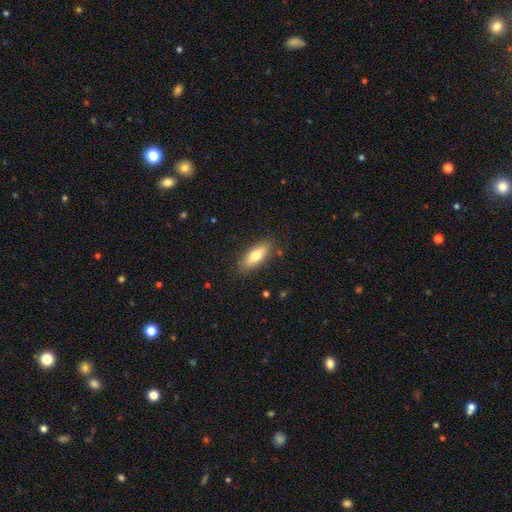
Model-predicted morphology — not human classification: smooth-or-featured: smooth: 74% | featured or disk: 19% | star or artifact: 7%
  how-rounded: in between: 69% | cigar-shaped: 28% | round: 2%
  merging: none: 85% | minor disturbance: 11% | major disturbance: 2% | merger: 1%